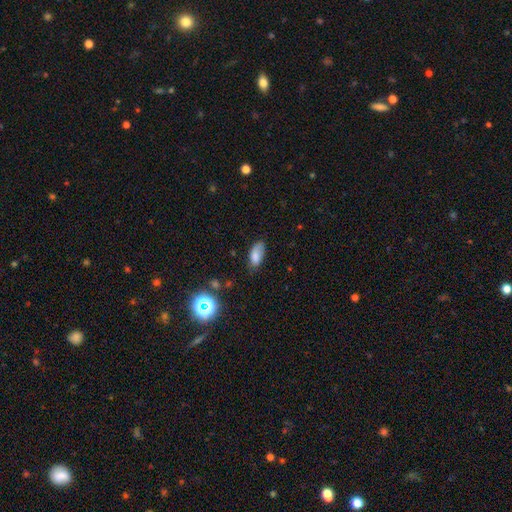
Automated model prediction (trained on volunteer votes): Overall: smooth (77%). How rounded: in between (89%). Merging: none (57%; minor disturbance 31%).